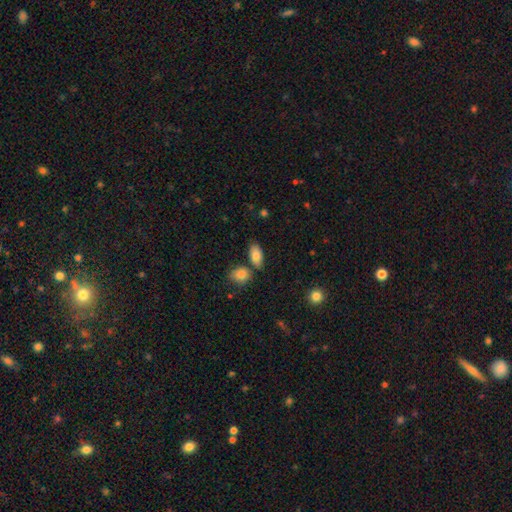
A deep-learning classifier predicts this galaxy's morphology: smooth_or_featured: smooth (p=0.83) [alt: featured or disk p=0.09]
how_rounded: in between (p=0.91) [alt: round p=0.04]
merging: none (p=0.68) [alt: merger p=0.15]